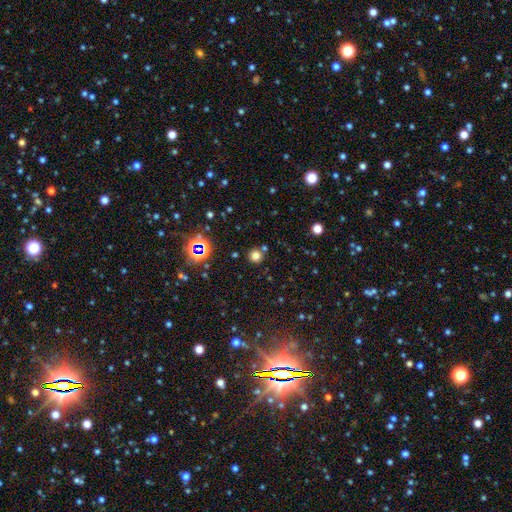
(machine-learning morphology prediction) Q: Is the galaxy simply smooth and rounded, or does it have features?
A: smooth — 71%.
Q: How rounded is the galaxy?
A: round — 94%.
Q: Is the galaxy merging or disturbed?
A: none — 82%.